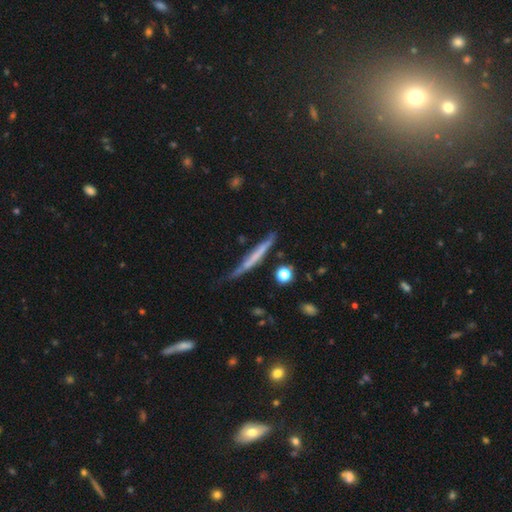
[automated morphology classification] smooth-or-featured: featured or disk: 48% | smooth: 44% | star or artifact: 8%
  merging: none: 66% | minor disturbance: 25% | major disturbance: 6% | merger: 3%